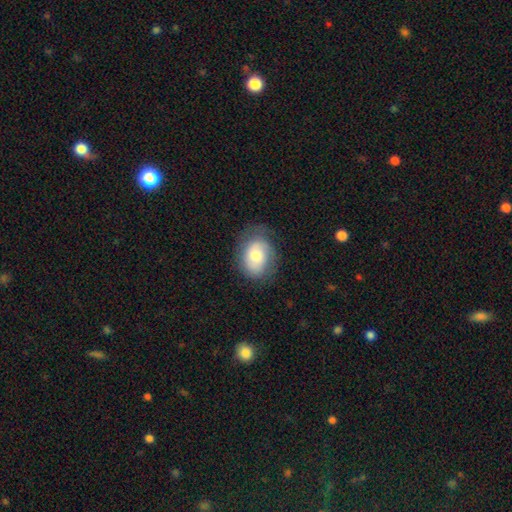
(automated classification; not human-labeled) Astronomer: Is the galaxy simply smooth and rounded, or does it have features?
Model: smooth — 65%.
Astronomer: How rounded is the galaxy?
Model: in between — 69%.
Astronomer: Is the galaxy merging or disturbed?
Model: none — 67%.